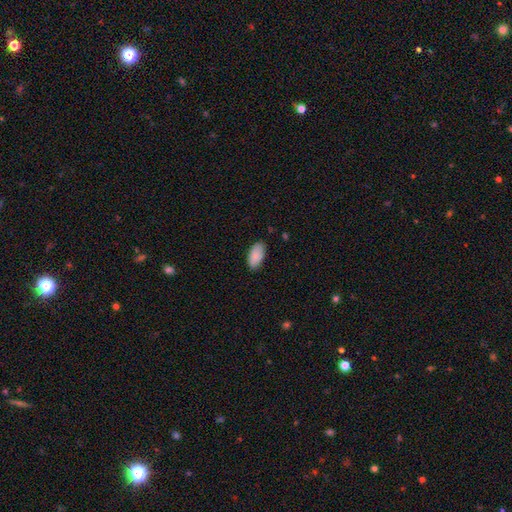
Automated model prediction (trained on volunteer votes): Smooth or featured? Predicted: smooth (p=0.87). How rounded? Predicted: in between (p=0.95). Merging? Predicted: none (p=0.85).